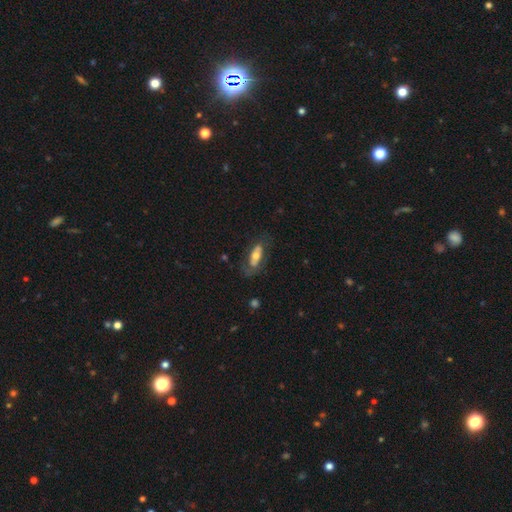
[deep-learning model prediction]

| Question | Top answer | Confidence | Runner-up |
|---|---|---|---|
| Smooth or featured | smooth | 52% | featured or disk (41%) |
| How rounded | in between | 78% | cigar-shaped (19%) |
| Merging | none | 57% | minor disturbance (23%) |